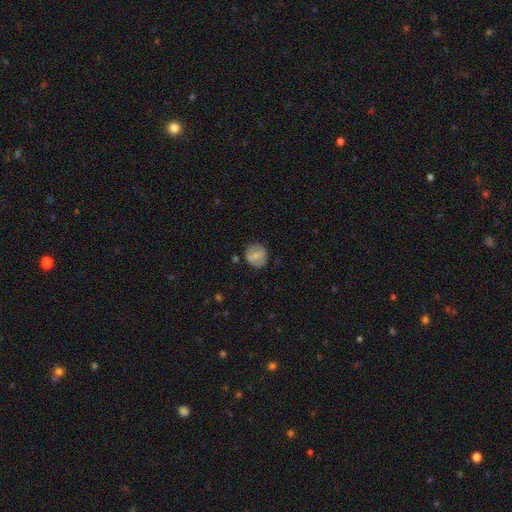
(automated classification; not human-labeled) Overall: smooth (68%). How rounded: round (83%). Merging: none (80%).